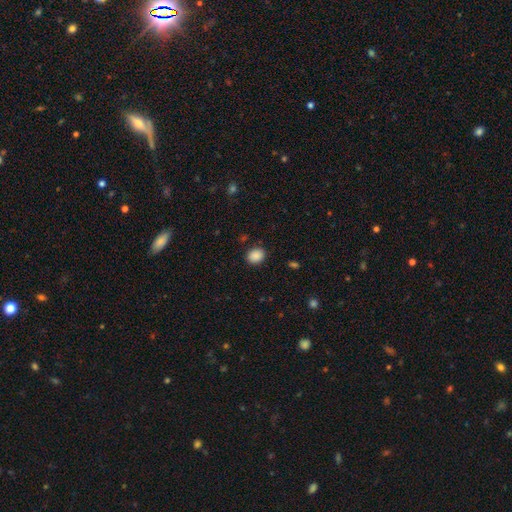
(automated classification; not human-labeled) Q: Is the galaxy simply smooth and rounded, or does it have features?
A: smooth — 88%.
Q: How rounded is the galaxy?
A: round — 53%.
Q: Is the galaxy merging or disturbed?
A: none — 87%.